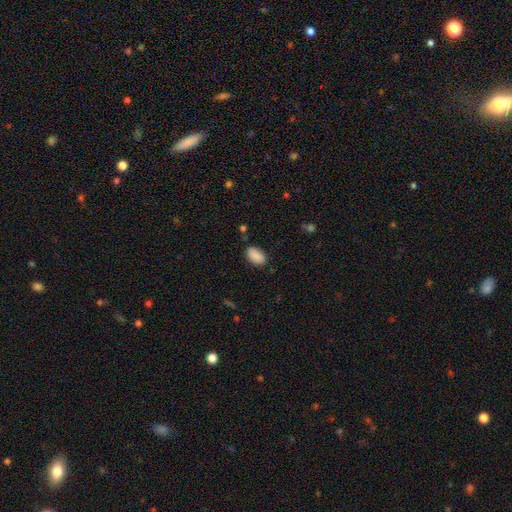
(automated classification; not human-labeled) Smooth or featured? Predicted: smooth (p=0.89). How rounded? Predicted: in between (p=0.93). Merging? Predicted: none (p=0.82).